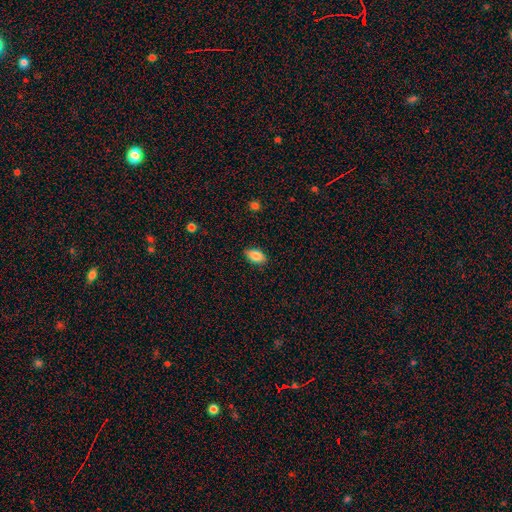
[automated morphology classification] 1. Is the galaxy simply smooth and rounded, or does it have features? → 86% smooth, 8% star or artifact, 7% featured or disk.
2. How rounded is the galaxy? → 91% in between, 7% round, 2% cigar-shaped.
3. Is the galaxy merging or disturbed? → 87% none, 10% minor disturbance, 2% major disturbance, 1% merger.